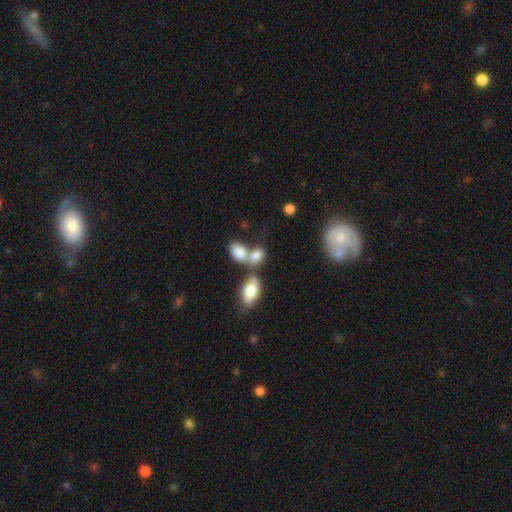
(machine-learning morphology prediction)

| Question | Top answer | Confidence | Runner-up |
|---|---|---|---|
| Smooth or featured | smooth | 80% | featured or disk (11%) |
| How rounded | in between | 81% | round (17%) |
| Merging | merger | 53% | none (30%) |